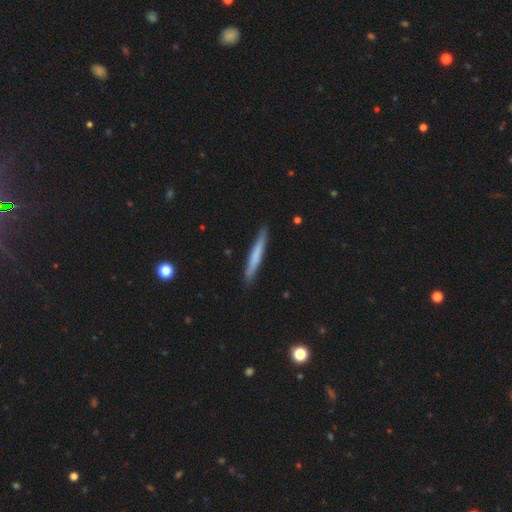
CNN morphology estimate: A smooth galaxy with no disk features (66%) that is cigar-shaped (96%). Merging: none (88%).